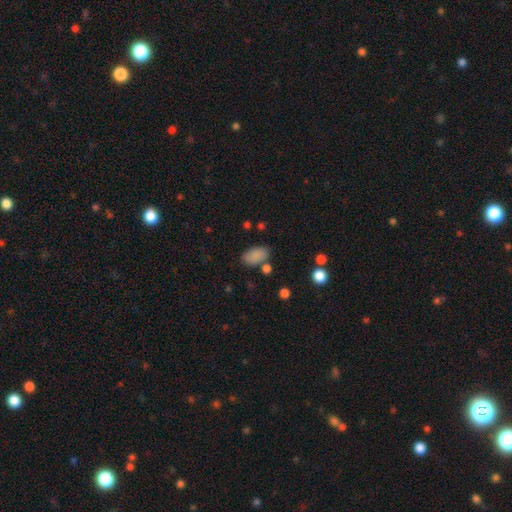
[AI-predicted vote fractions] This is clearly a smooth galaxy (86%). How rounded: clearly in between (92%). Merging: likely none (73%).